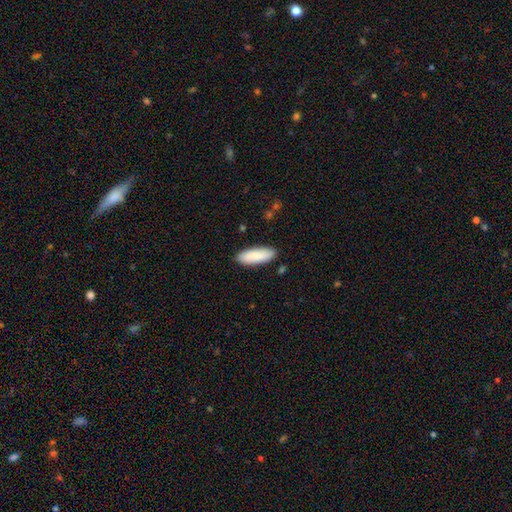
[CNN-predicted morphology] smooth 87%, featured or disk 8%, star or artifact 5%. Down the decision tree: how rounded — in between (70%); merging — none (87%).